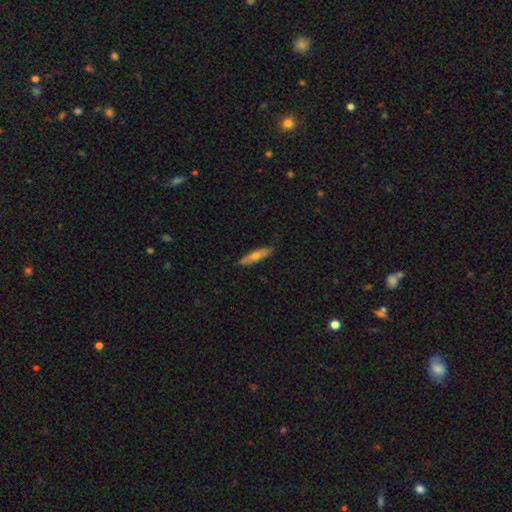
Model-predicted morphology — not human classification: Smooth or featured? smooth (54%)
How rounded? cigar-shaped (78%)
Merging? none (88%)